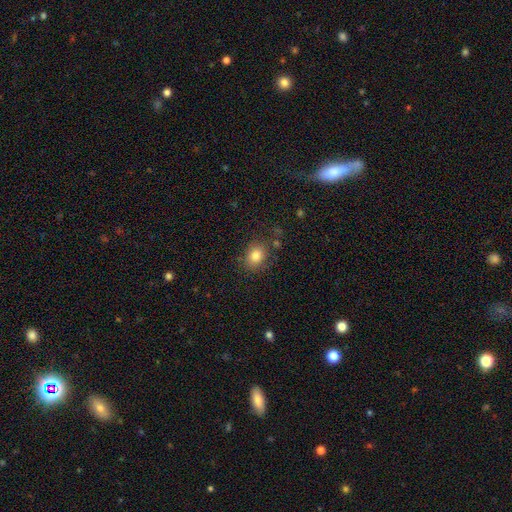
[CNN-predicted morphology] Smooth or featured: smooth — 83% (star or artifact — 11%)
How rounded: round — 59% (in between — 40%)
Merging: none — 79% (minor disturbance — 13%)